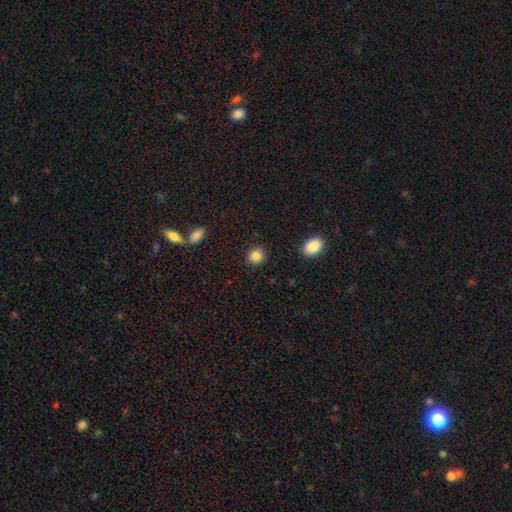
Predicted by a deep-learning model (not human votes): A smooth galaxy with no disk features (87%) that is round (85%). Merging: none (90%).